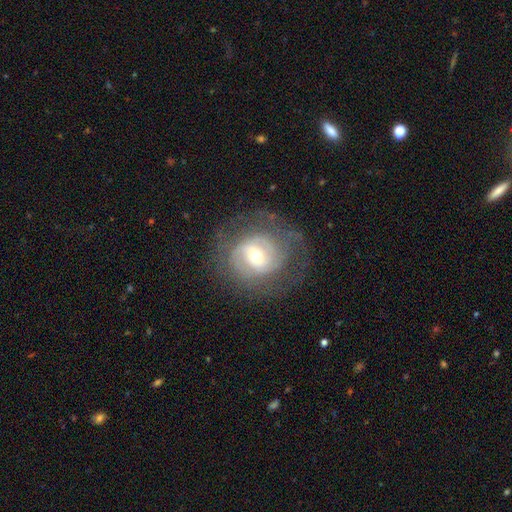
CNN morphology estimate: Smooth or featured? Predicted: featured or disk (p=0.78). Edge-on disk? Predicted: no (p=0.97). Bar? Predicted: weak (p=0.45). Spiral arms? Predicted: yes (p=0.90). Spiral winding? Predicted: tight (p=0.55). Spiral arm count? Predicted: 2 (p=0.39). Bulge size? Predicted: moderate (p=0.49). Merging? Predicted: none (p=0.69).